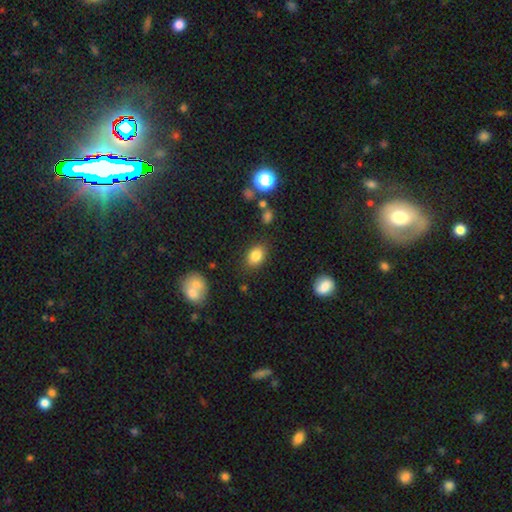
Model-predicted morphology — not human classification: Q: Smooth or featured?
A: smooth (82%); runner-up: star or artifact (10%)
Q: How rounded?
A: in between (75%); runner-up: round (23%)
Q: Merging?
A: none (82%); runner-up: minor disturbance (11%)